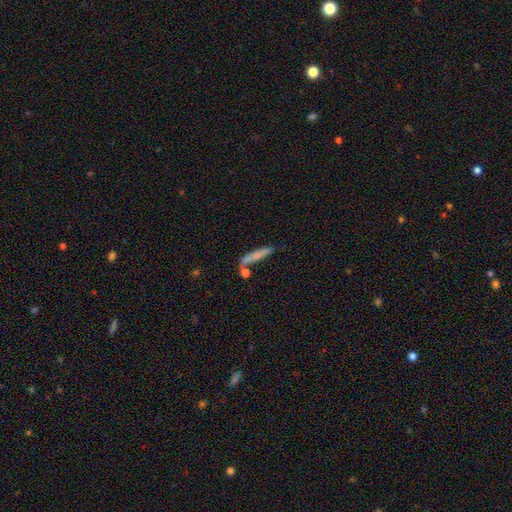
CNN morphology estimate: A smooth galaxy with no disk features (67%) that is cigar-shaped (89%).

Vote fractions:
- Smooth or featured? smooth: 67% / featured or disk: 24% / star or artifact: 9%
- How rounded? cigar-shaped: 89% / in between: 8% / round: 2%
- Merging? none: 61% / merger: 17% / minor disturbance: 16% / major disturbance: 6%